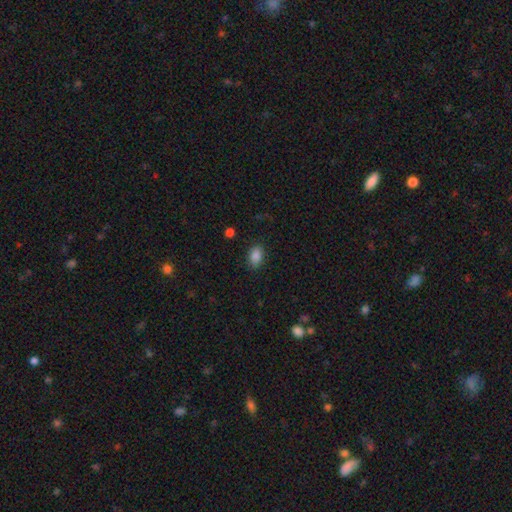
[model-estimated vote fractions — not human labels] Smooth or featured: smooth — 87% (star or artifact — 9%)
How rounded: in between — 86% (round — 12%)
Merging: none — 86% (minor disturbance — 10%)